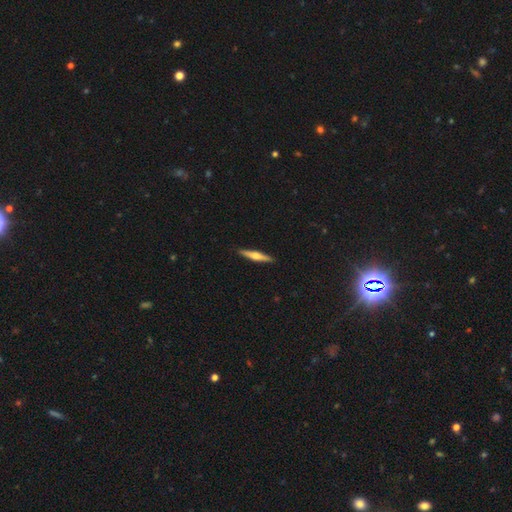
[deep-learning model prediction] A featured or disk galaxy (57%) viewed edge-on (97%) with a rounded central bulge (87%). Merging: none (92%).